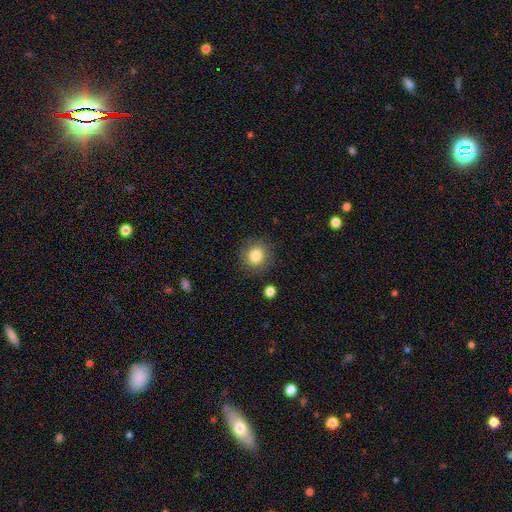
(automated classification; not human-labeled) Morphology: type=smooth (83%); roundness=round (89%); merging=none (86%).